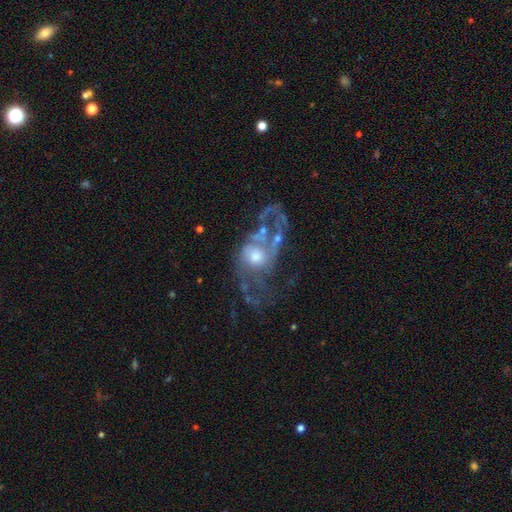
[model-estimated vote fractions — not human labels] This appears to be a featured or disk galaxy (77%) with no bar (76%), 2 (36%) loose (48%) spiral arms (71%) and a moderate central bulge (58%). Merging: major disturbance (43%).